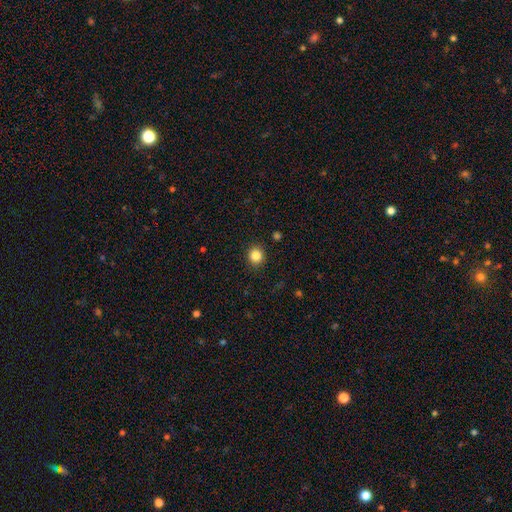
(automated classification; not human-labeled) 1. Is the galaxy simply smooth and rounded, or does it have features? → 85% smooth, 11% star or artifact, 4% featured or disk.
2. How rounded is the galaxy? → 89% round, 11% in between, 1% cigar-shaped.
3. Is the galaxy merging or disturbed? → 91% none, 6% minor disturbance, 2% major disturbance, 1% merger.